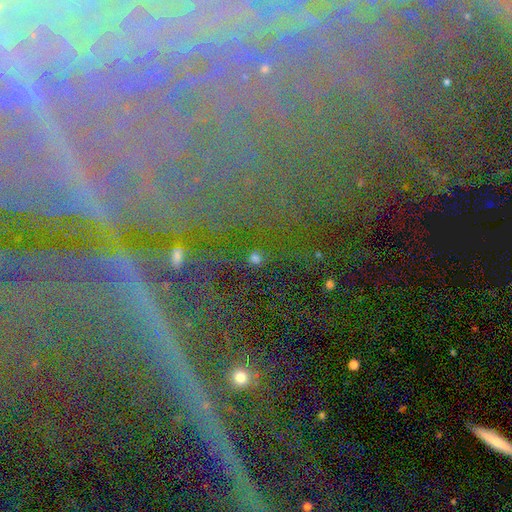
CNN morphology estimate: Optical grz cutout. It shows a star or artifact, not a galaxy (68%).